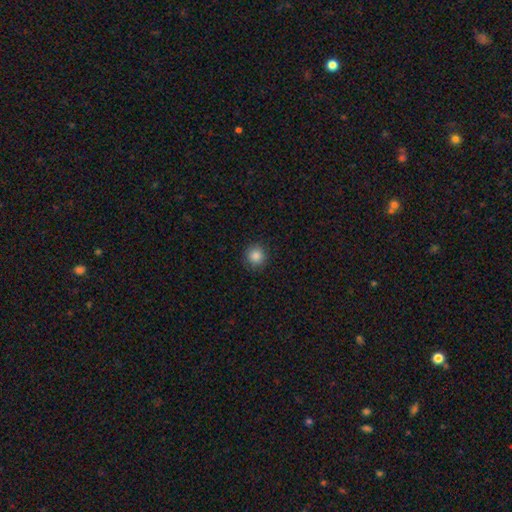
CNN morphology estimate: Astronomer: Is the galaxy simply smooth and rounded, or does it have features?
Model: smooth — 86%.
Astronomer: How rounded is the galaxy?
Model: round — 94%.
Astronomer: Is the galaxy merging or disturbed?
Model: none — 91%.